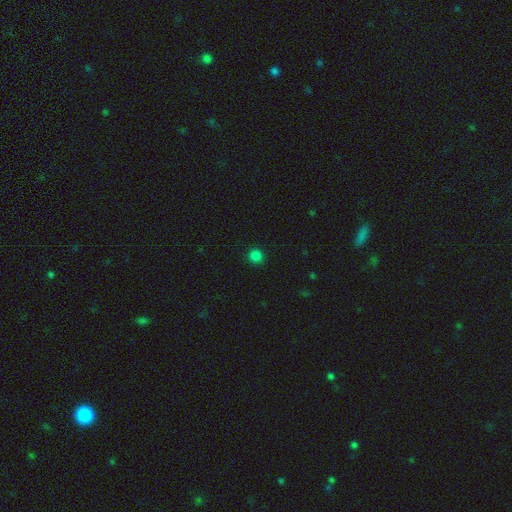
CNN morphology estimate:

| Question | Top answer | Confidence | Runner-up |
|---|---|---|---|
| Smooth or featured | smooth | 83% | star or artifact (14%) |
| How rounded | round | 95% | in between (4%) |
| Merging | none | 93% | minor disturbance (5%) |